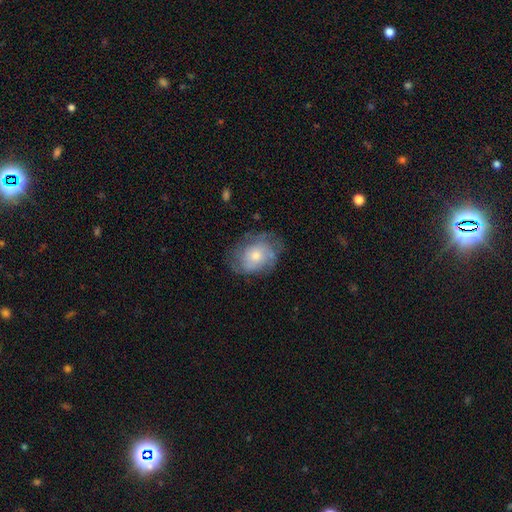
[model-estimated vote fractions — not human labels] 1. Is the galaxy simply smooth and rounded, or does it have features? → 48% featured or disk, 44% smooth, 8% star or artifact.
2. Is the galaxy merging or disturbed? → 63% none, 24% minor disturbance, 12% major disturbance, 1% merger.